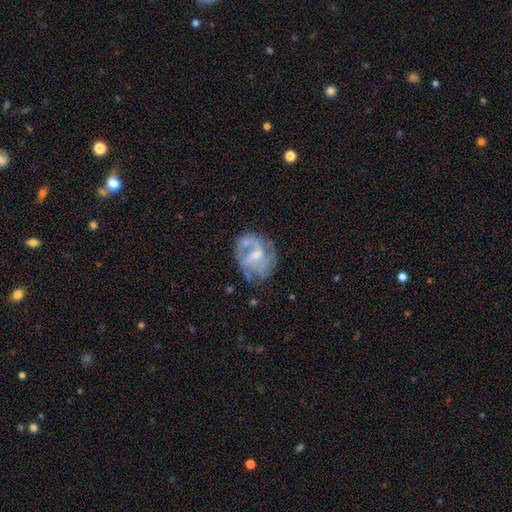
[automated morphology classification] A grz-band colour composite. It shows a featured or disk galaxy (72%) with no bar (47%), 2 (33%) medium (43%) spiral arms (72%) and a small central bulge (51%). Merging: none (51%).